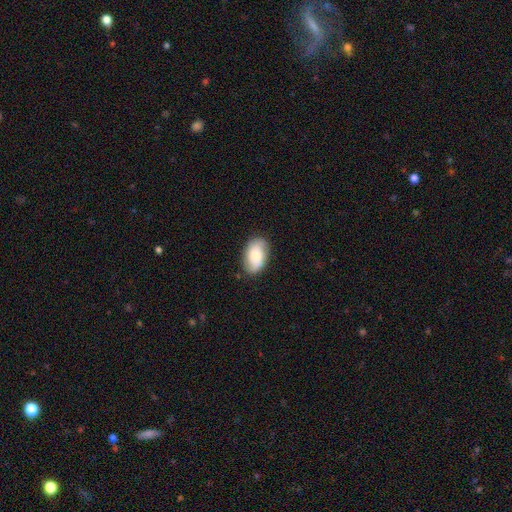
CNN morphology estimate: This appears to be a smooth galaxy with no disk features (66%) that is in between round and cigar-shaped (92%). Merging: none (81%).